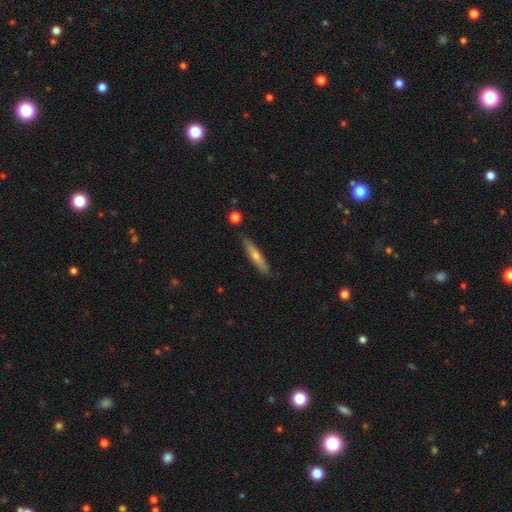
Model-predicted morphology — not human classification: Smooth or featured? Predicted: featured or disk (p=0.50). Edge-on disk? Predicted: yes (p=0.90). Merging? Predicted: none (p=0.86).